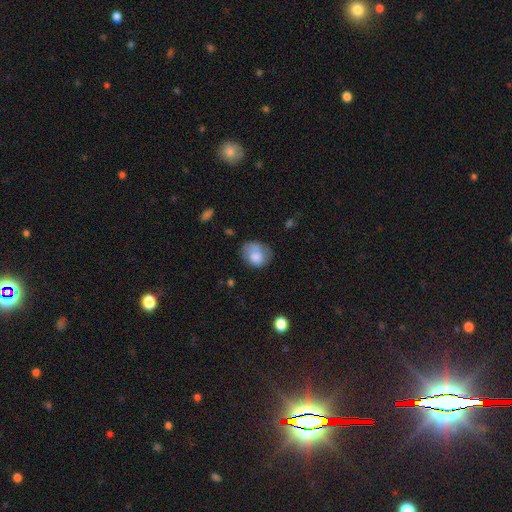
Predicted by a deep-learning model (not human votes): Morphology: type=smooth (76%); roundness=round (50%); merging=none (52%).